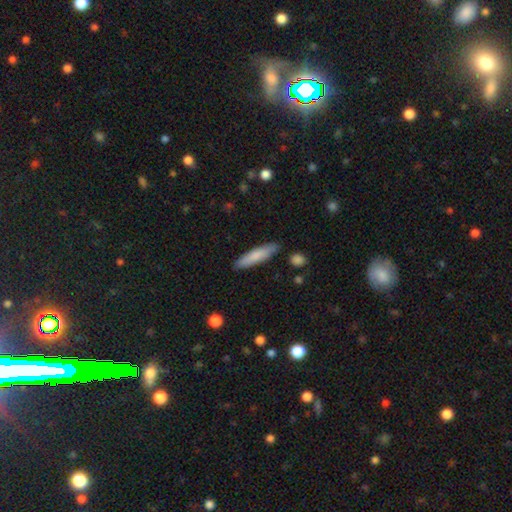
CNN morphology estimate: Q: Smooth or featured?
A: smooth (80%); runner-up: featured or disk (14%)
Q: How rounded?
A: cigar-shaped (81%); runner-up: in between (18%)
Q: Merging?
A: none (86%); runner-up: minor disturbance (10%)